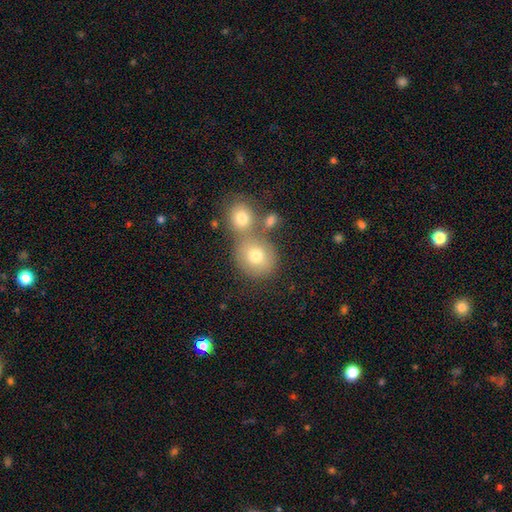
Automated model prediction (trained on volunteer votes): Morphology: type=smooth (74%); roundness=round (83%); merging=none (49%).